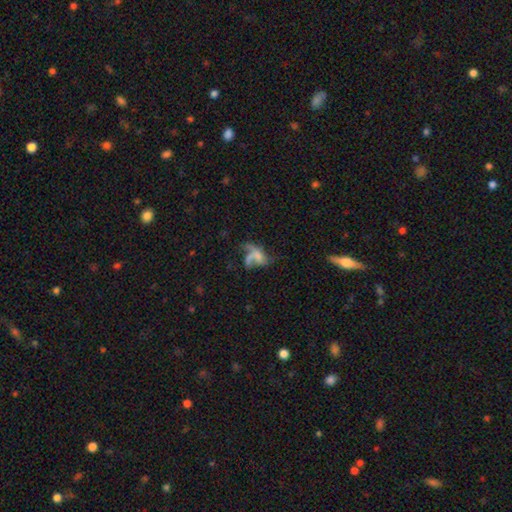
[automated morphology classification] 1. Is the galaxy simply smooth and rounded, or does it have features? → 44% featured or disk, 39% smooth, 17% star or artifact.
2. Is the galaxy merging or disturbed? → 35% major disturbance, 26% merger, 26% none, 13% minor disturbance.